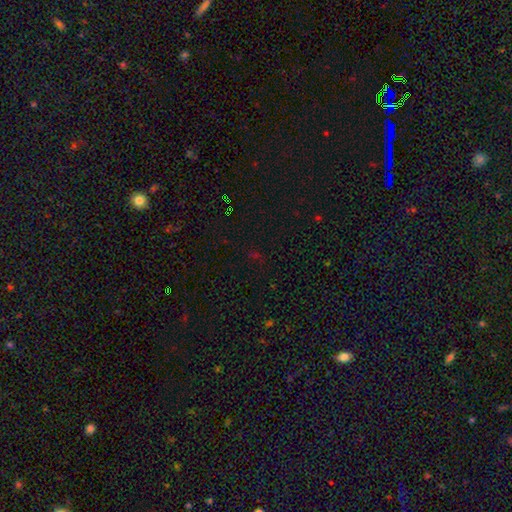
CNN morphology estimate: The model was most divided on "smooth or featured": star or artifact: 69%, smooth: 23%, featured or disk: 8%.